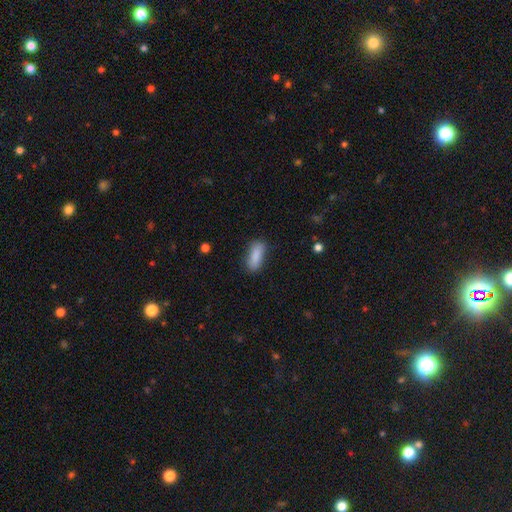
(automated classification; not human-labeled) Overall: smooth (87%). How rounded: in between (71%). Merging: none (78%).